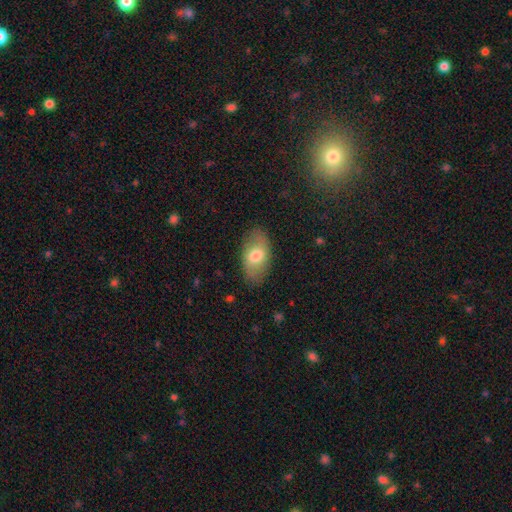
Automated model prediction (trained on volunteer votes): A smooth galaxy with no disk features (69%) that is in between round and cigar-shaped (92%).

Vote fractions:
- Smooth or featured? smooth: 69% / featured or disk: 24% / star or artifact: 6%
- How rounded? in between: 92% / round: 5% / cigar-shaped: 2%
- Merging? none: 82% / minor disturbance: 13% / major disturbance: 4% / merger: 1%